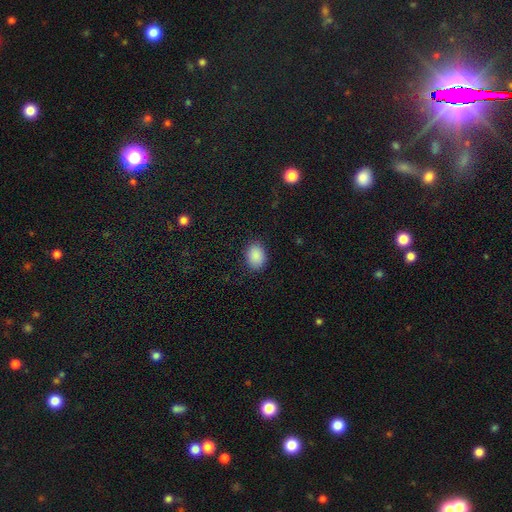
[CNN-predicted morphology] Overall: smooth (89%). How rounded: in between (71%). Merging: none (86%).